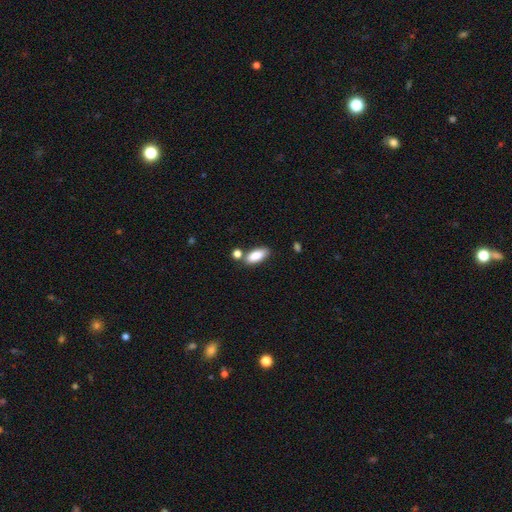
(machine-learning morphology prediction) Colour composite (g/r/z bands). It shows a smooth galaxy with no disk features (85%) that is in between round and cigar-shaped (82%). Merging: none (68%).